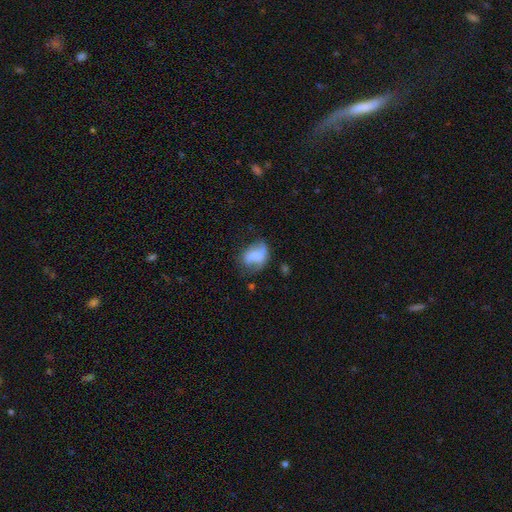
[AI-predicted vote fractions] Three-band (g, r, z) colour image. It shows a smooth galaxy with no disk features (52%) that is in between round and cigar-shaped (70%). Merging: none (41%).